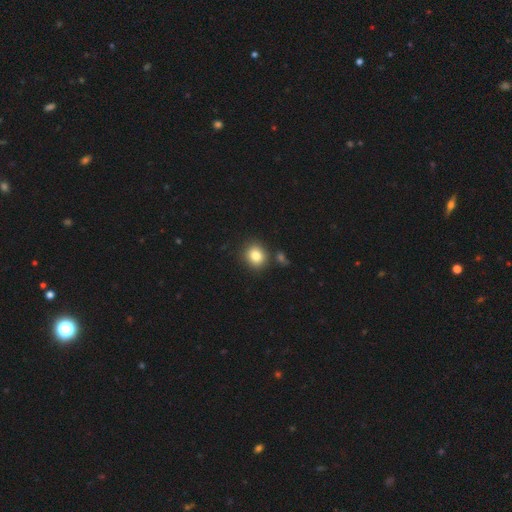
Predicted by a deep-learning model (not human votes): Smooth or featured?
  - smooth: 83% *
  - star or artifact: 10%
  - featured or disk: 7%
How rounded?
  - round: 76% *
  - in between: 23%
  - cigar-shaped: 1%
Merging?
  - none: 81% *
  - minor disturbance: 9%
  - merger: 7%
  - major disturbance: 3%